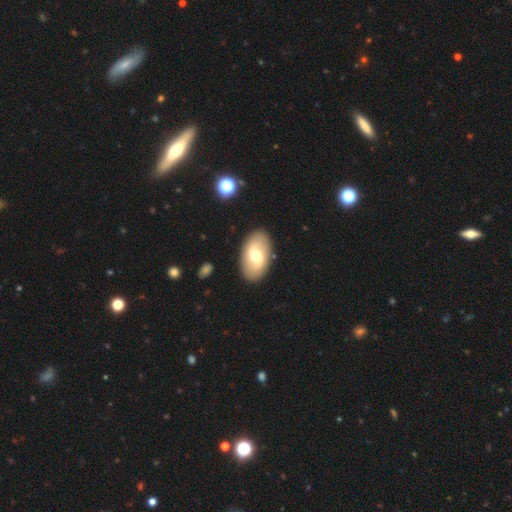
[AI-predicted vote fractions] The model was most divided on "smooth or featured": smooth: 55%, featured or disk: 39%, star or artifact: 6%. More confident: how rounded — in between (92%); merging — none (88%).